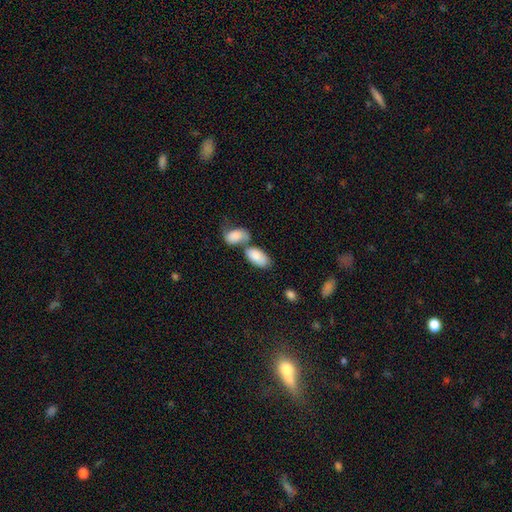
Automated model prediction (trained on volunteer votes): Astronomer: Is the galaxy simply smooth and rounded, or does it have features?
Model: smooth — 83%.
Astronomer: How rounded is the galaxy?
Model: in between — 94%.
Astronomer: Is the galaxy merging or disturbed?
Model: merger — 43% (runner-up: none, 38%).